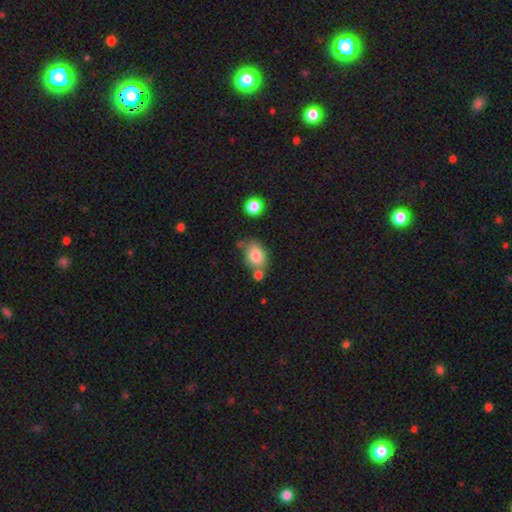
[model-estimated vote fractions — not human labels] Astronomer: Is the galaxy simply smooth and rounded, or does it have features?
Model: smooth — 81%.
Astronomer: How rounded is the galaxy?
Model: in between — 71%.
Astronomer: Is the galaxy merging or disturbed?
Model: none — 56%.